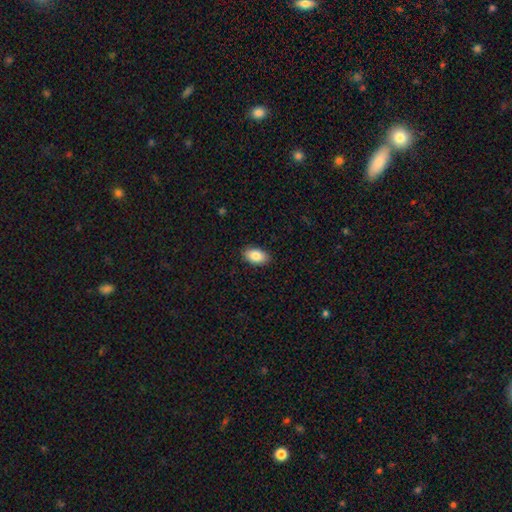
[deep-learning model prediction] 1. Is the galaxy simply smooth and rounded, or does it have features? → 87% smooth, 7% star or artifact, 7% featured or disk.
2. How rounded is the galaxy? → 93% in between, 5% round, 2% cigar-shaped.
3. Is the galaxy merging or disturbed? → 89% none, 8% minor disturbance, 2% major disturbance, 1% merger.